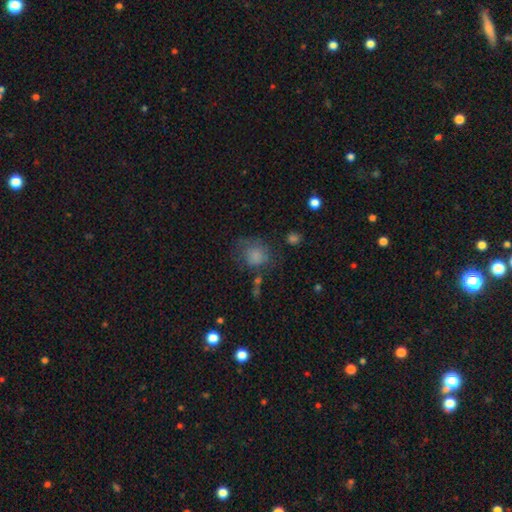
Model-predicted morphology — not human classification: Q: Smooth or featured?
A: smooth (74%); runner-up: featured or disk (16%)
Q: How rounded?
A: round (72%); runner-up: in between (27%)
Q: Merging?
A: none (49%); runner-up: minor disturbance (25%)